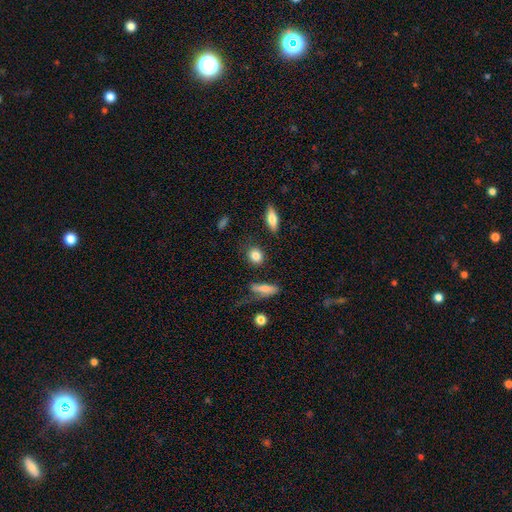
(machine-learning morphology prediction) type=smooth (83%); roundness=round (60%); merging=none (80%).